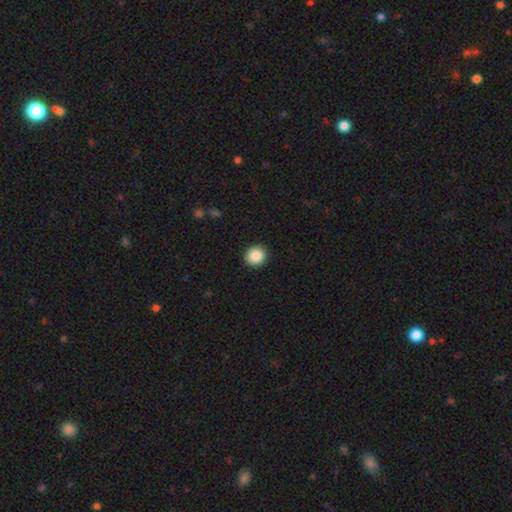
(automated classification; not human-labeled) A smooth galaxy with no disk features (88%) that is round (90%). Merging: none (92%).